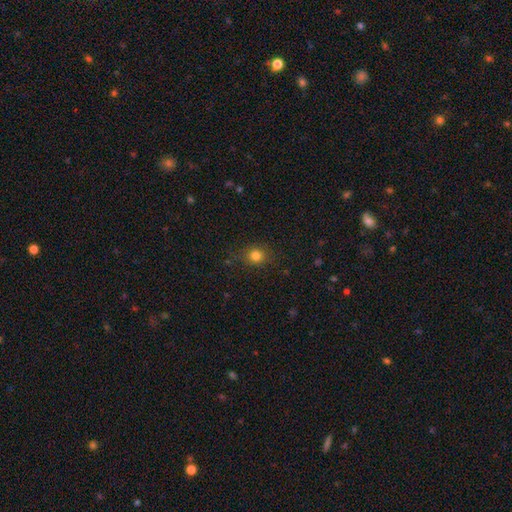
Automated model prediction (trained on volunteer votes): This appears to be a smooth galaxy with no disk features (80%) that is round (81%). Merging: none (85%).